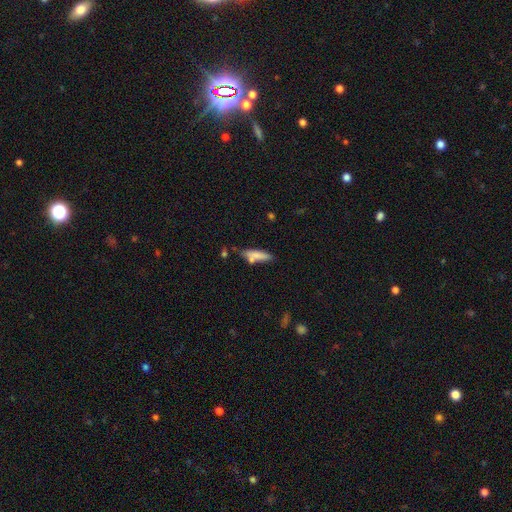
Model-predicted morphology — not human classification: Smooth or featured?
  - smooth: 76% *
  - featured or disk: 17%
  - star or artifact: 7%
How rounded?
  - cigar-shaped: 67% *
  - in between: 31%
  - round: 2%
Merging?
  - none: 63% *
  - minor disturbance: 19%
  - merger: 13%
  - major disturbance: 5%